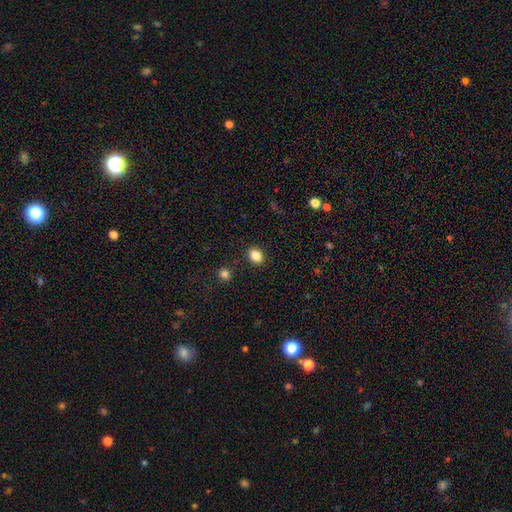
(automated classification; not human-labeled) Smooth or featured? smooth (86%)
How rounded? in between (62%)
Merging? none (88%)